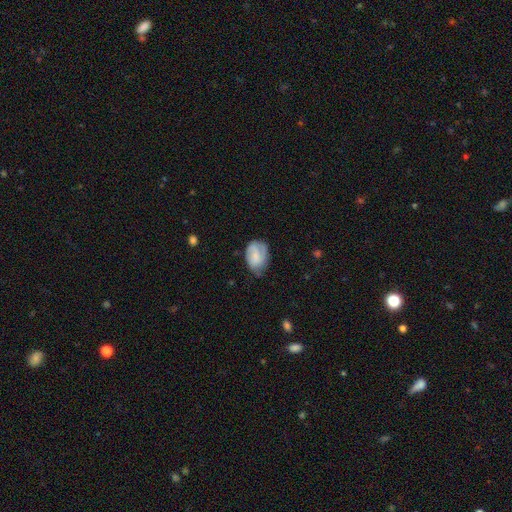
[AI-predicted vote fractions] The model was most divided on "merging": none: 53%, minor disturbance: 34%, major disturbance: 12%, merger: 2%. More confident: how rounded — in between (80%); smooth or featured — smooth (61%).